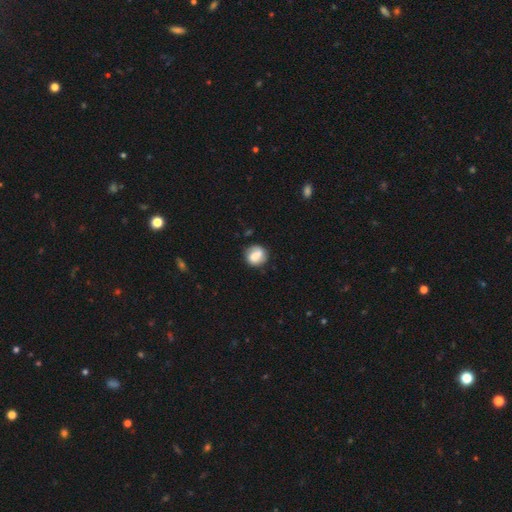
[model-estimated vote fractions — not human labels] smooth-or-featured: smooth: 66% | featured or disk: 26% | star or artifact: 8%
  how-rounded: round: 74% | in between: 24% | cigar-shaped: 1%
  merging: none: 70% | minor disturbance: 20% | major disturbance: 7% | merger: 4%